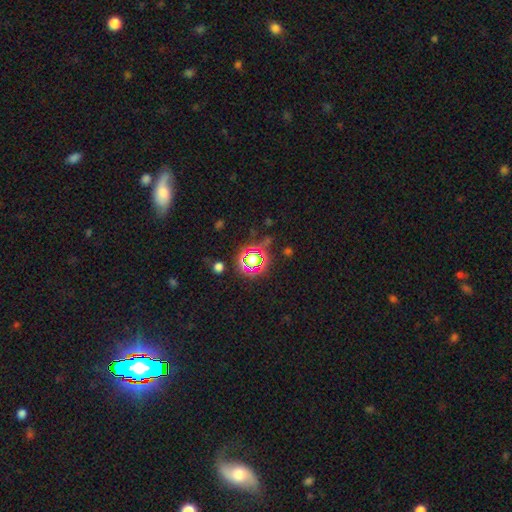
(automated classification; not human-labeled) Smooth or featured: star or artifact — 66% (smooth — 21%)